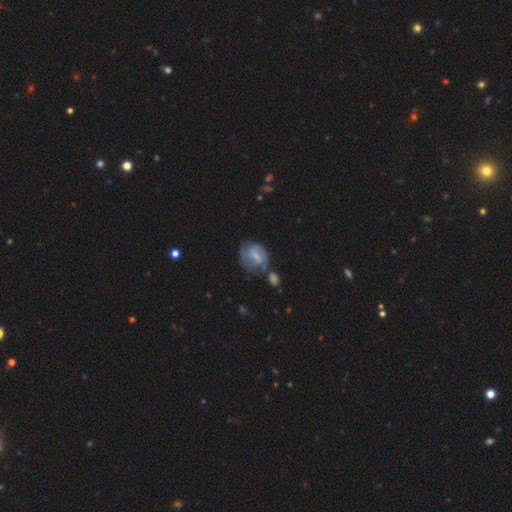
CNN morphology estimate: Smooth or featured: smooth — 57% (featured or disk — 34%)
How rounded: round — 52% (in between — 46%)
Merging: none — 41% (minor disturbance — 27%)